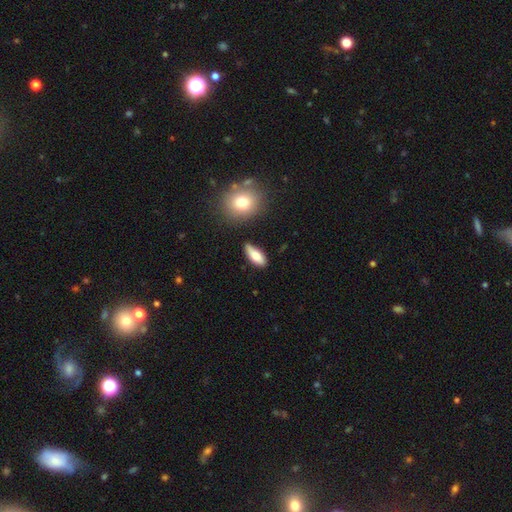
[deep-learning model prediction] Overall: smooth (75%). How rounded: in between (72%). Merging: none (80%).